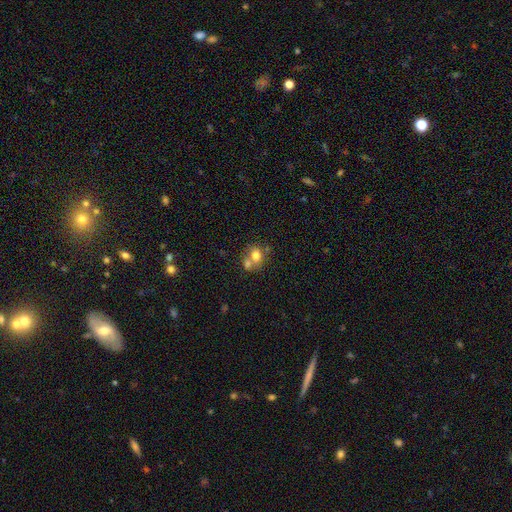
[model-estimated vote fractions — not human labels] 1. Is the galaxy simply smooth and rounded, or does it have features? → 72% smooth, 17% featured or disk, 11% star or artifact.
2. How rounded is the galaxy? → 60% round, 39% in between, 1% cigar-shaped.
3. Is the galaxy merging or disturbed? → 47% merger, 39% none, 10% minor disturbance, 4% major disturbance.